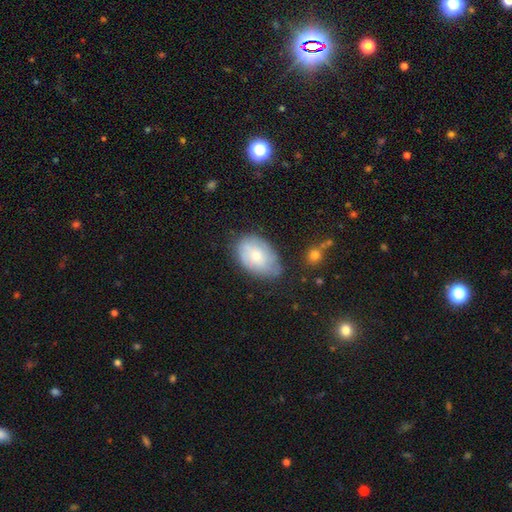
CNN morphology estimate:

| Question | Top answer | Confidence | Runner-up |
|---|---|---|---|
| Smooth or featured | smooth | 59% | featured or disk (34%) |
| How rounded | in between | 88% | round (11%) |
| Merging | none | 64% | minor disturbance (27%) |